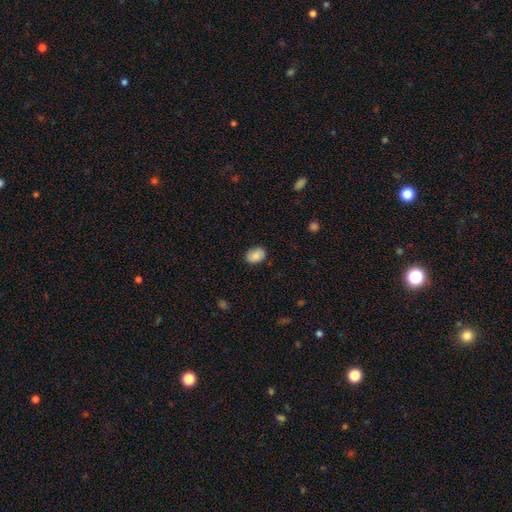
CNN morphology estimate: Q: Smooth or featured?
A: smooth (86%); runner-up: star or artifact (7%)
Q: How rounded?
A: in between (75%); runner-up: round (24%)
Q: Merging?
A: none (84%); runner-up: minor disturbance (12%)